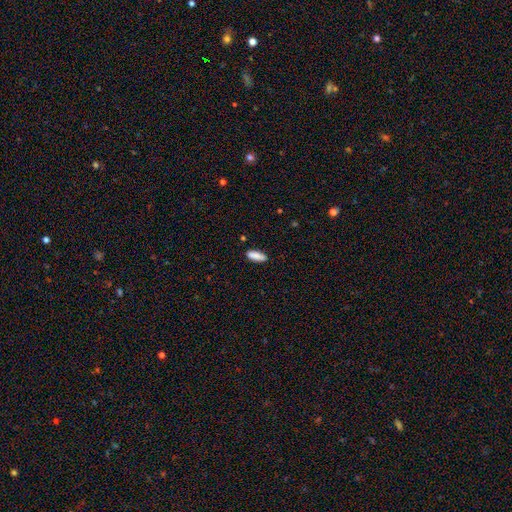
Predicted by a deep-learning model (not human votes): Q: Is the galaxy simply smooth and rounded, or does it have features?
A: smooth — 88%.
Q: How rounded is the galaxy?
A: in between — 67%.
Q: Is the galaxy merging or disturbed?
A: none — 84%.